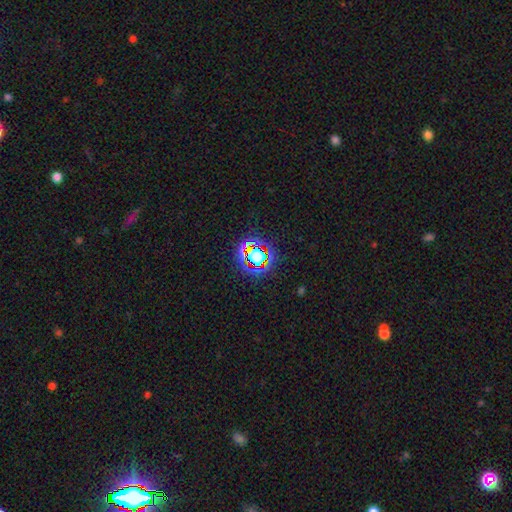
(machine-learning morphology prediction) star or artifact 65%, smooth 22%, featured or disk 13%.